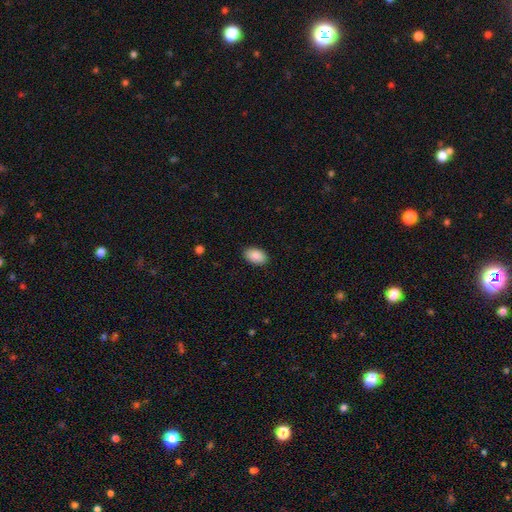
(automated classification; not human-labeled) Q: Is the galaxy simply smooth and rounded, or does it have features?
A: smooth — 90%.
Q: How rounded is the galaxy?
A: in between — 93%.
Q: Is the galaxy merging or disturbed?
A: none — 88%.